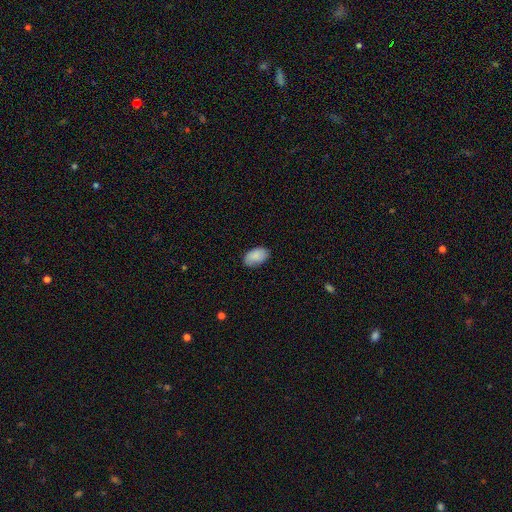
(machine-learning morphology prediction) Smooth or featured: smooth — 87% (star or artifact — 7%)
How rounded: in between — 93% (round — 6%)
Merging: none — 80% (minor disturbance — 16%)